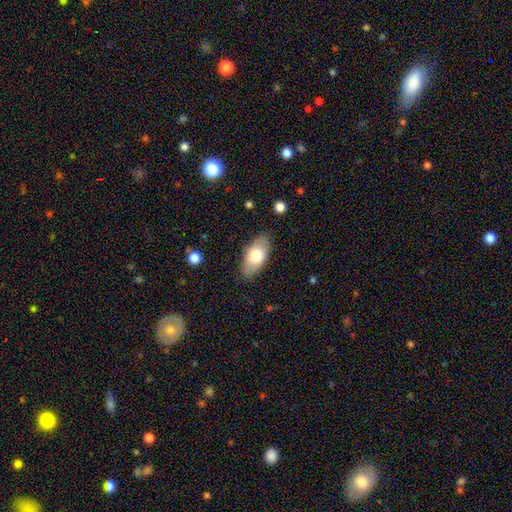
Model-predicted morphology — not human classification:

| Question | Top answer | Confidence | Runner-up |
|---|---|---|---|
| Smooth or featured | smooth | 72% | featured or disk (22%) |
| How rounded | in between | 92% | cigar-shaped (5%) |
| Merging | none | 84% | minor disturbance (12%) |